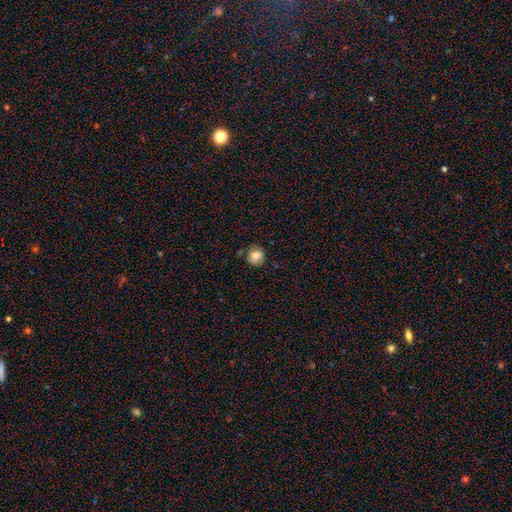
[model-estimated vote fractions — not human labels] Smooth or featured: smooth — 80% (star or artifact — 10%)
How rounded: round — 86% (in between — 13%)
Merging: none — 77% (minor disturbance — 17%)